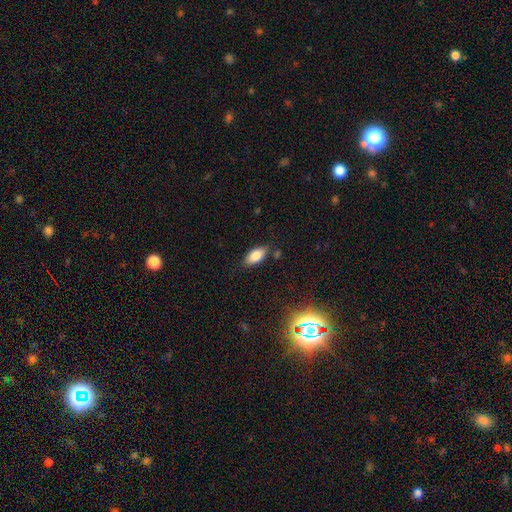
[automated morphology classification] The model was most divided on "merging": none: 79%, minor disturbance: 15%, major disturbance: 3%, merger: 3%. More confident: how rounded — in between (90%); smooth or featured — smooth (80%).